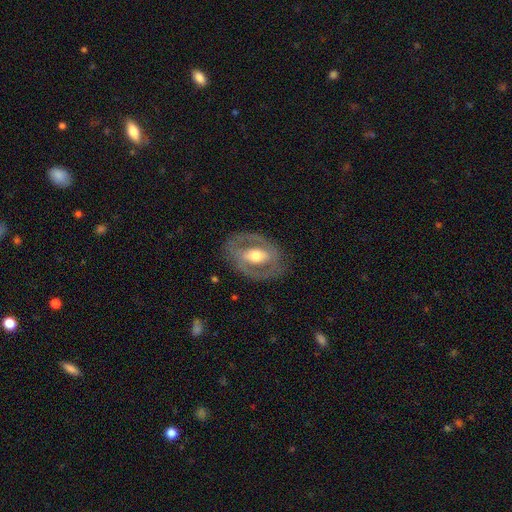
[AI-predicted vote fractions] Q: Smooth or featured?
A: featured or disk (72%); runner-up: smooth (23%)
Q: Edge-on disk?
A: no (94%); runner-up: yes (6%)
Q: Bar?
A: weak (34%); runner-up: no (33%)
Q: Spiral arms?
A: yes (51%); runner-up: no (49%)
Q: Bulge size?
A: moderate (67%); runner-up: large (20%)
Q: Merging?
A: none (77%); runner-up: minor disturbance (14%)